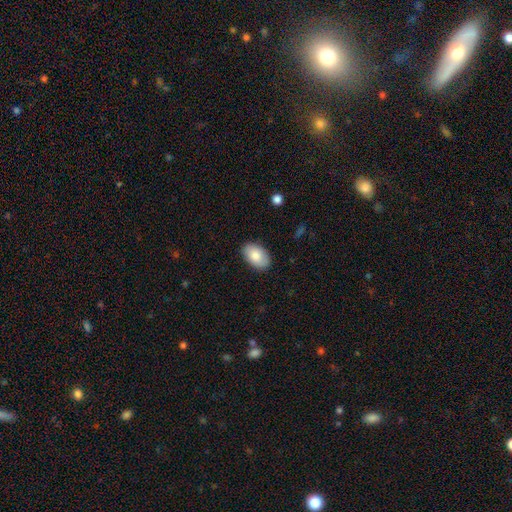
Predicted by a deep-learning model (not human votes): A smooth galaxy with no disk features (81%) that is in between round and cigar-shaped (91%).

Vote fractions:
- Smooth or featured? smooth: 81% / featured or disk: 13% / star or artifact: 6%
- How rounded? in between: 91% / round: 7% / cigar-shaped: 1%
- Merging? none: 85% / minor disturbance: 11% / major disturbance: 2% / merger: 1%